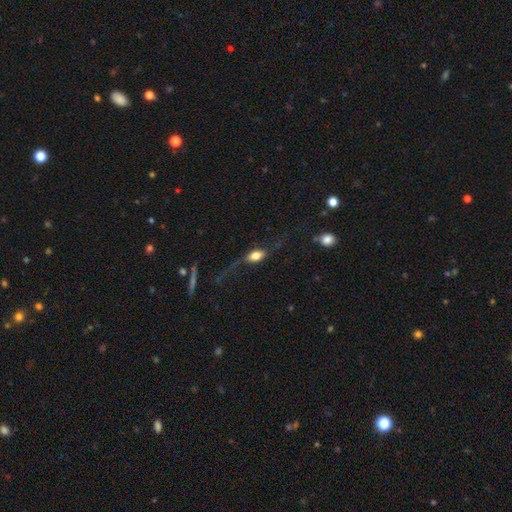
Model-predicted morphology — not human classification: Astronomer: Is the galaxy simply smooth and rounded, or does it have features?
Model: smooth — 54% (runner-up: featured or disk, 38%).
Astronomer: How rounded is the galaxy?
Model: in between — 79%.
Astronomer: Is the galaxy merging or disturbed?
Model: none — 43% (runner-up: major disturbance, 33%).